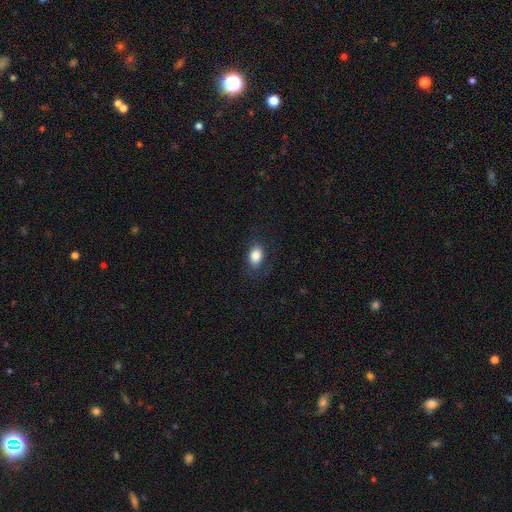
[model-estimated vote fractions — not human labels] smooth 83%, star or artifact 8%, featured or disk 8%. Down the decision tree: how rounded — in between (79%); merging — none (79%).